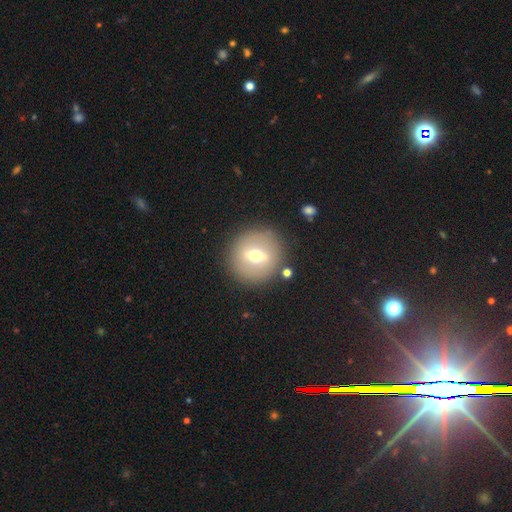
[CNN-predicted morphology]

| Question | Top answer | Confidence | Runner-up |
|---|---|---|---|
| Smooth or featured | smooth | 47% | featured or disk (44%) |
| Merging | none | 86% | minor disturbance (8%) |